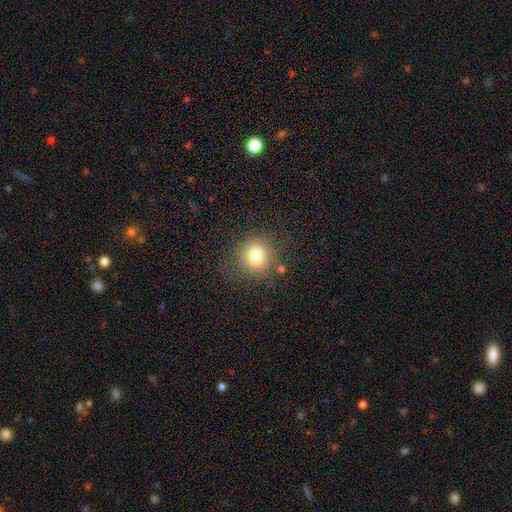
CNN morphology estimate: Smooth or featured? Predicted: smooth (p=0.79). How rounded? Predicted: round (p=0.86). Merging? Predicted: none (p=0.81).